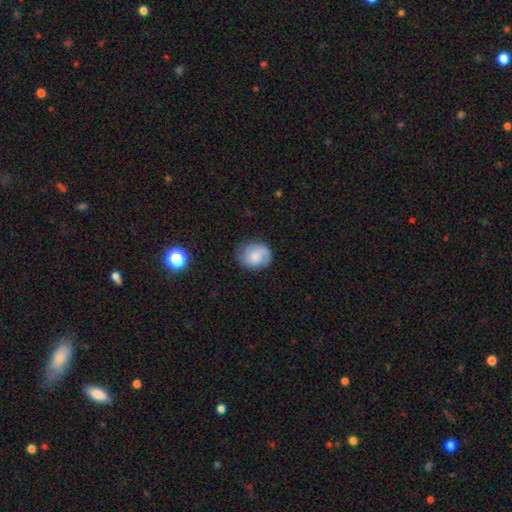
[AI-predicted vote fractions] smooth_or_featured: smooth (p=0.59) [alt: featured or disk p=0.33]
how_rounded: round (p=0.69) [alt: in between p=0.30]
merging: none (p=0.77) [alt: minor disturbance p=0.17]